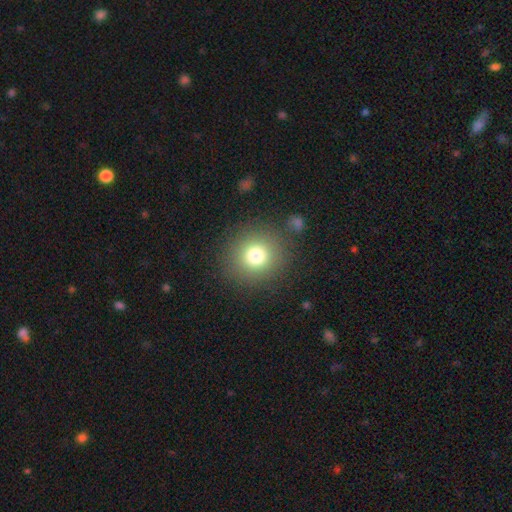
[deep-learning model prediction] A smooth galaxy with no disk features (76%) that is round (93%). Merging: none (86%).